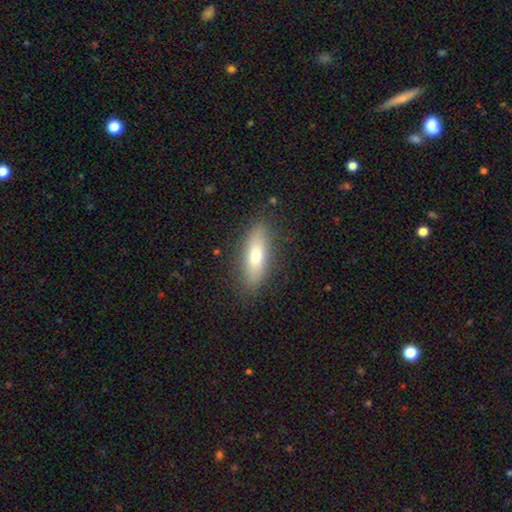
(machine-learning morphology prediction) Smooth or featured: smooth — 71% (featured or disk — 22%)
How rounded: in between — 55% (cigar-shaped — 43%)
Merging: none — 85% (minor disturbance — 11%)